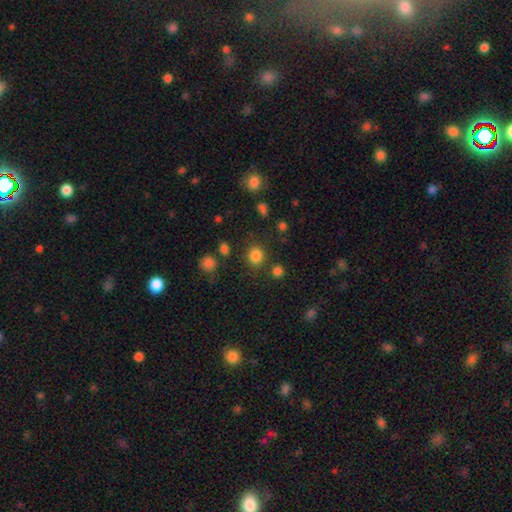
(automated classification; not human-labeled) Smooth or featured? Predicted: smooth (p=0.83). How rounded? Predicted: round (p=0.83). Merging? Predicted: none (p=0.82).